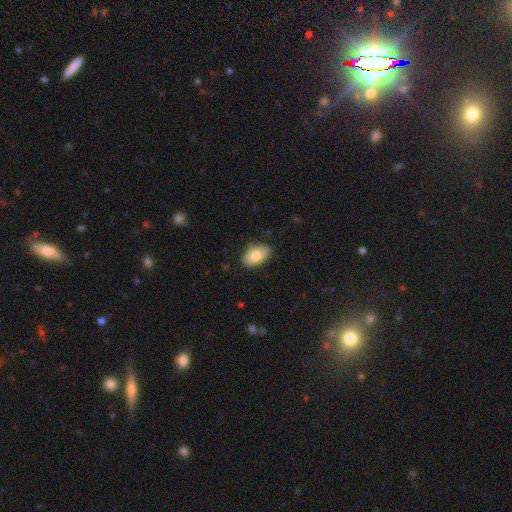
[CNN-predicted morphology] Q: Smooth or featured?
A: smooth (77%); runner-up: featured or disk (16%)
Q: How rounded?
A: in between (91%); runner-up: round (8%)
Q: Merging?
A: none (80%); runner-up: minor disturbance (16%)